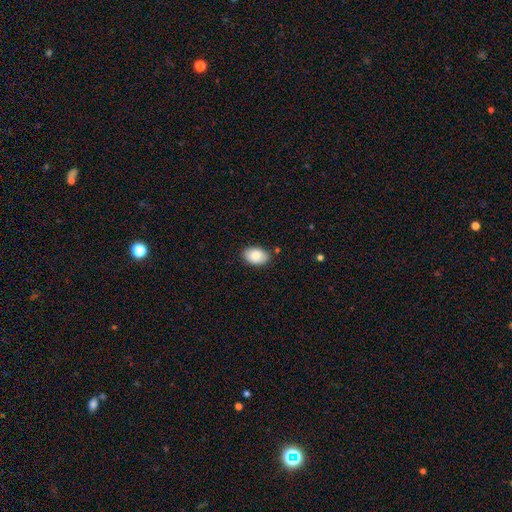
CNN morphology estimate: Overall: smooth (84%). How rounded: in between (89%). Merging: none (84%).